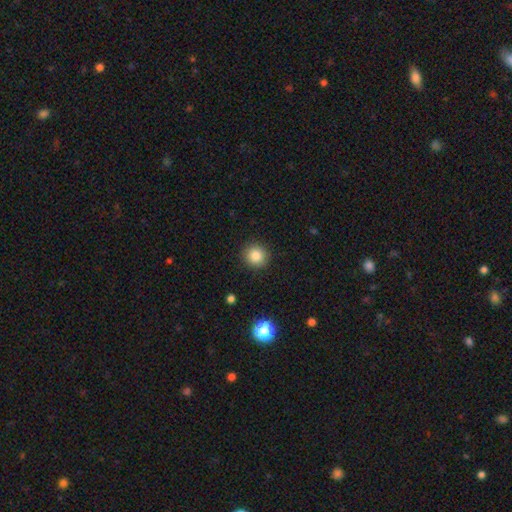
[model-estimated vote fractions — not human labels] Morphology: type=smooth (84%); roundness=round (91%); merging=none (91%).